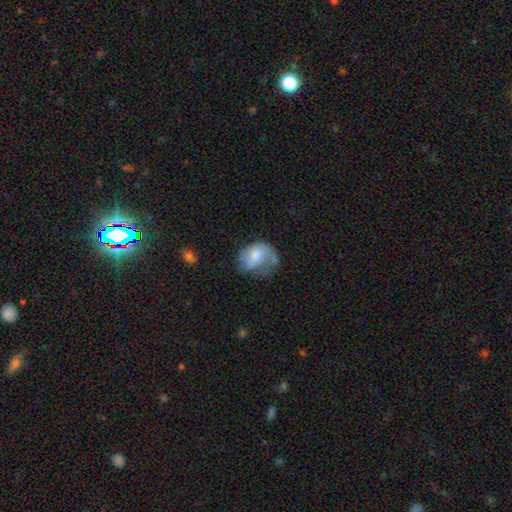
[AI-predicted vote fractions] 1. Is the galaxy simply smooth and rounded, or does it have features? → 60% smooth, 32% featured or disk, 8% star or artifact.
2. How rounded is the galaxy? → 59% in between, 40% round, 1% cigar-shaped.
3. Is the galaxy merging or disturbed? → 34% major disturbance, 31% minor disturbance, 30% none, 5% merger.